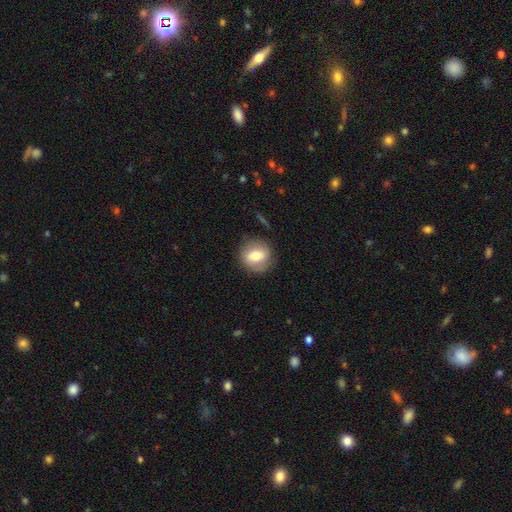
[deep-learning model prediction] Smooth or featured? smooth (68%)
How rounded? round (77%)
Merging? none (79%)